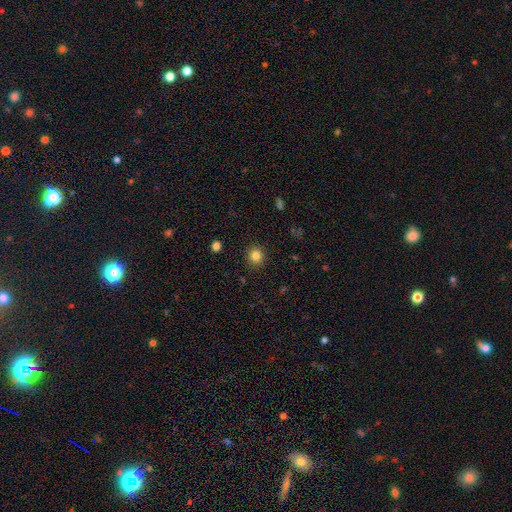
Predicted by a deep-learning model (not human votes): Smooth or featured?
  - smooth: 83% *
  - star or artifact: 12%
  - featured or disk: 5%
How rounded?
  - round: 91% *
  - in between: 8%
  - cigar-shaped: 1%
Merging?
  - none: 91% *
  - minor disturbance: 6%
  - major disturbance: 2%
  - merger: 1%